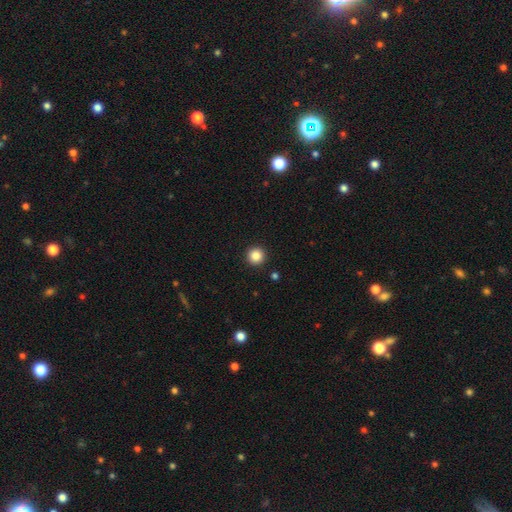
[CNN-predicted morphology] This appears to be a smooth galaxy with no disk features (86%) that is round (96%). Merging: none (93%).